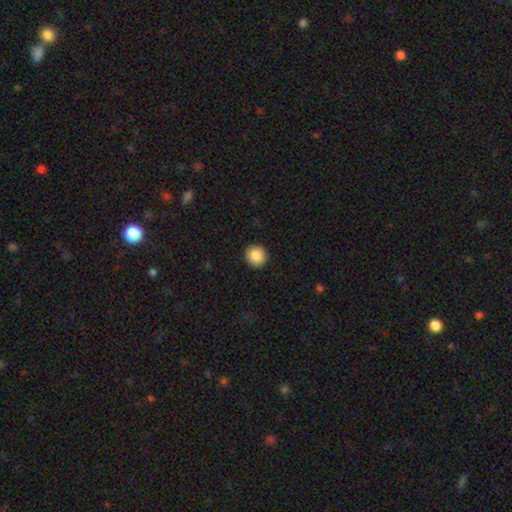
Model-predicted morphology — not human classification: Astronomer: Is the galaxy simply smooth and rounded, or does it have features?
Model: smooth — 87%.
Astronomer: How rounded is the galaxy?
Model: round — 94%.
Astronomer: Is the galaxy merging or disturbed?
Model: none — 93%.